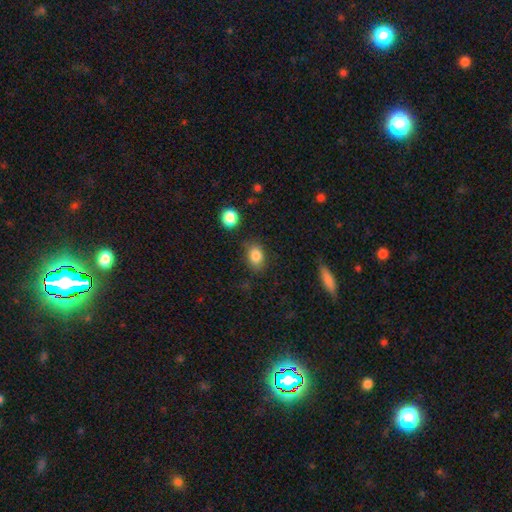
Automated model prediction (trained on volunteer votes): Smooth or featured?
  - smooth: 84% *
  - star or artifact: 10%
  - featured or disk: 7%
How rounded?
  - in between: 74% *
  - round: 25%
  - cigar-shaped: 1%
Merging?
  - none: 76% *
  - minor disturbance: 16%
  - major disturbance: 4%
  - merger: 4%